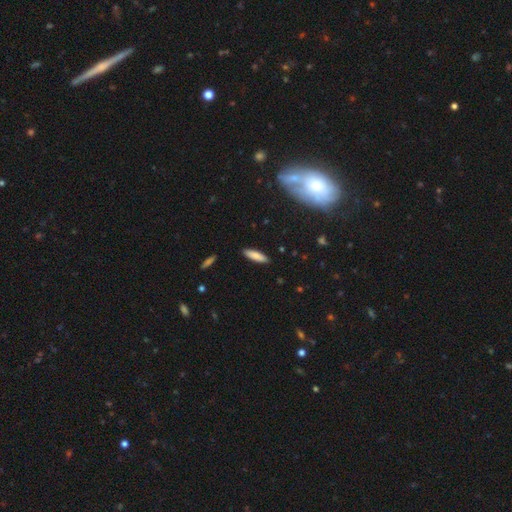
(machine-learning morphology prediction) A smooth galaxy with no disk features (83%) that is cigar-shaped (64%). Merging: none (89%).